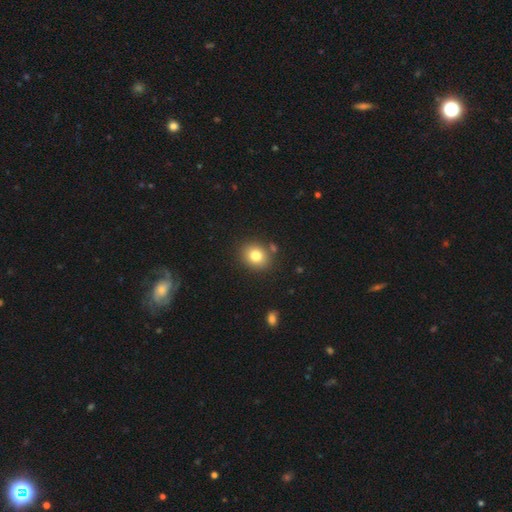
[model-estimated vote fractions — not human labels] Smooth or featured?
  - smooth: 80% *
  - star or artifact: 11%
  - featured or disk: 9%
How rounded?
  - round: 65% *
  - in between: 34%
  - cigar-shaped: 1%
Merging?
  - none: 83% *
  - minor disturbance: 9%
  - merger: 5%
  - major disturbance: 3%